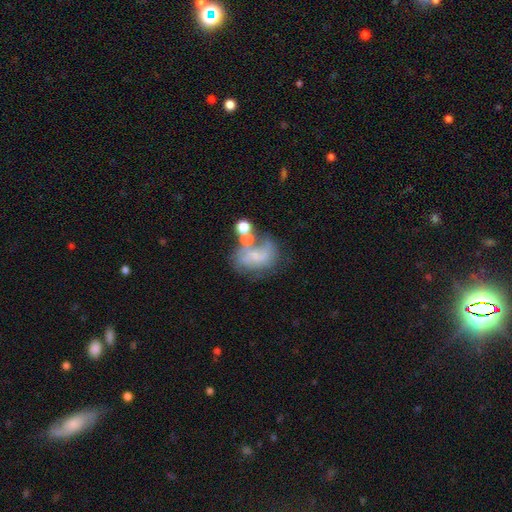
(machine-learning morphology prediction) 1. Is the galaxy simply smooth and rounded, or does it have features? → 52% featured or disk, 34% smooth, 14% star or artifact.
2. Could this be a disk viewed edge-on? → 97% no, 3% yes.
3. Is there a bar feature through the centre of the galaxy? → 63% no, 29% weak, 9% strong.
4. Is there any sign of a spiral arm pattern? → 58% yes, 42% no.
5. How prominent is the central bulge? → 57% small, 23% none, 17% moderate, 2% large, 1% dominant.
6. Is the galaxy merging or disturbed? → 34% none, 23% merger, 22% major disturbance, 21% minor disturbance.